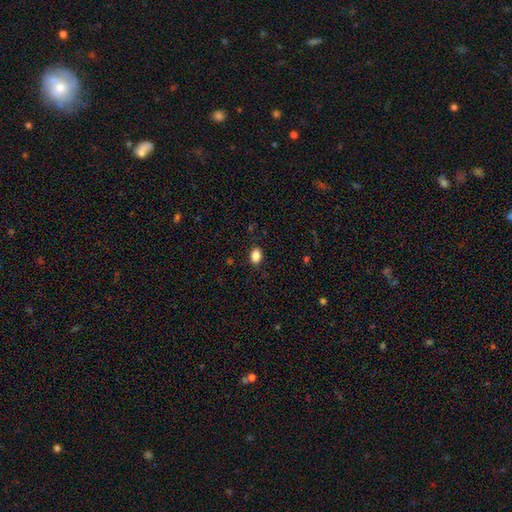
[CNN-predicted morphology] Overall: smooth (86%). How rounded: in between (79%). Merging: none (87%).